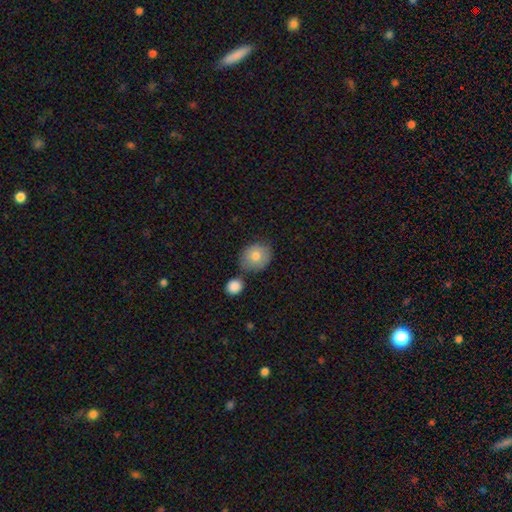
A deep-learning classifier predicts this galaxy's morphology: Smooth or featured: smooth — 79% (featured or disk — 13%)
How rounded: round — 63% (in between — 36%)
Merging: none — 67% (minor disturbance — 17%)